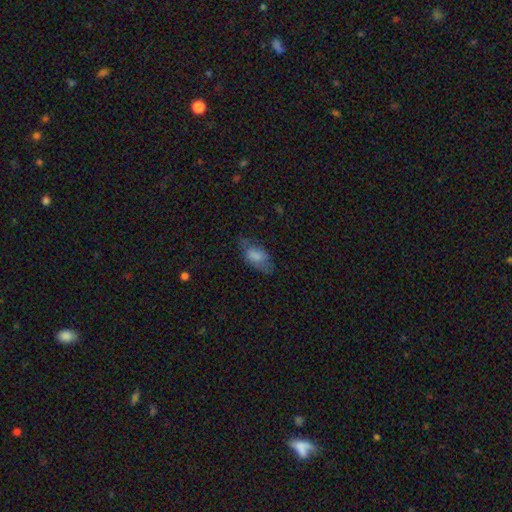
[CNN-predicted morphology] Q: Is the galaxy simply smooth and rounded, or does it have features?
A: smooth — 69%.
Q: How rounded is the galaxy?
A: in between — 91%.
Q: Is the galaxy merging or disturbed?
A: none — 53%.